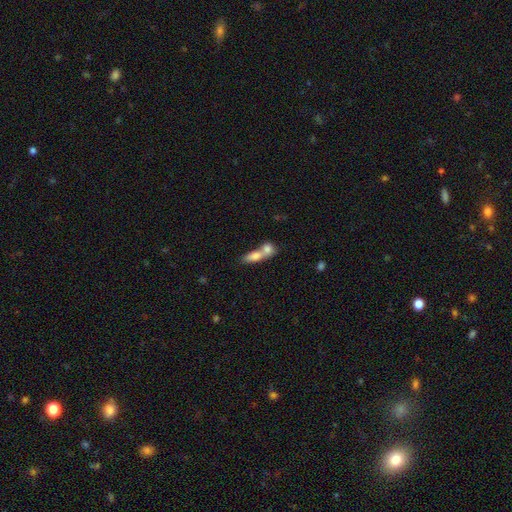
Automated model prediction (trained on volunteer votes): A smooth galaxy with no disk features (74%) that is in between round and cigar-shaped (63%). Merging: merger (72%).